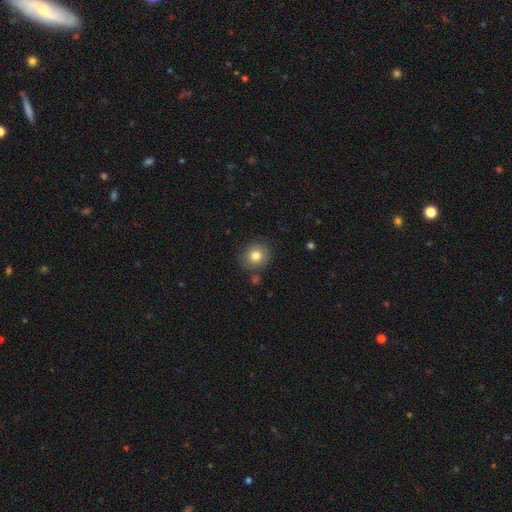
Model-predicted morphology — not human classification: The model was most divided on "how rounded": round: 83%, in between: 16%, cigar-shaped: 1%. More confident: merging — none (81%); smooth or featured — smooth (81%).